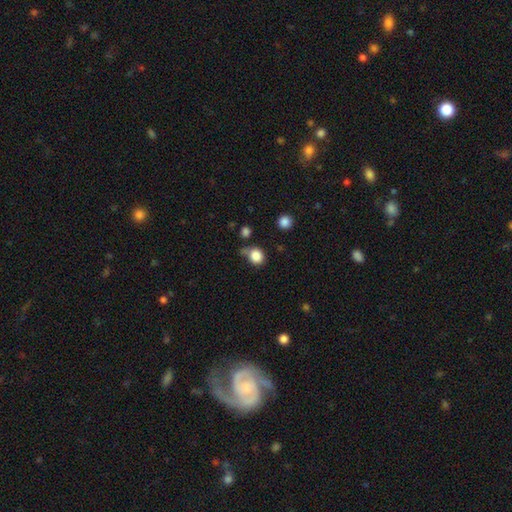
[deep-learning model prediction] This appears to be a smooth galaxy with no disk features (85%) that is round (73%). Merging: none (55%).